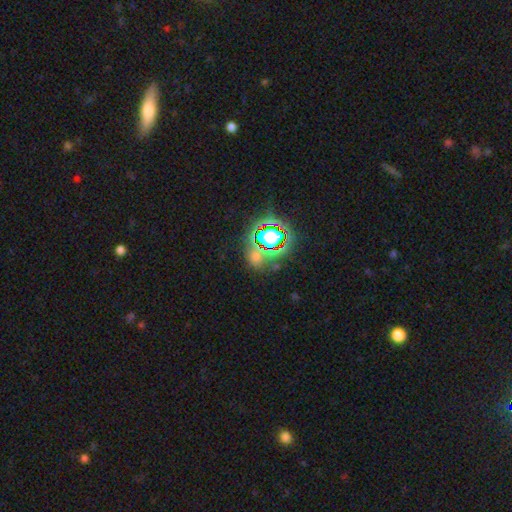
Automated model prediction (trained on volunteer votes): A star or artifact, not a galaxy (54%).